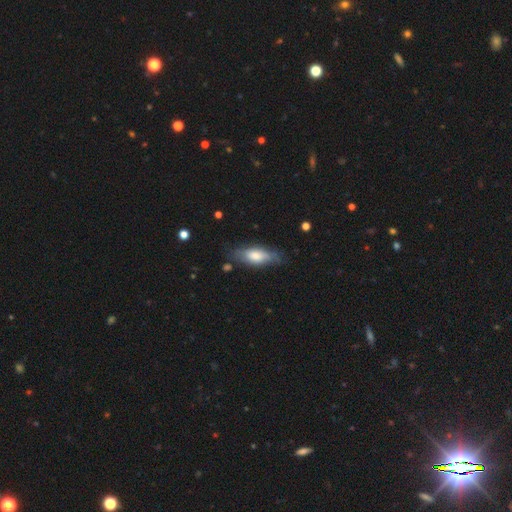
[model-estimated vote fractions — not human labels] Smooth or featured? smooth (64%)
How rounded? in between (68%)
Merging? none (67%)